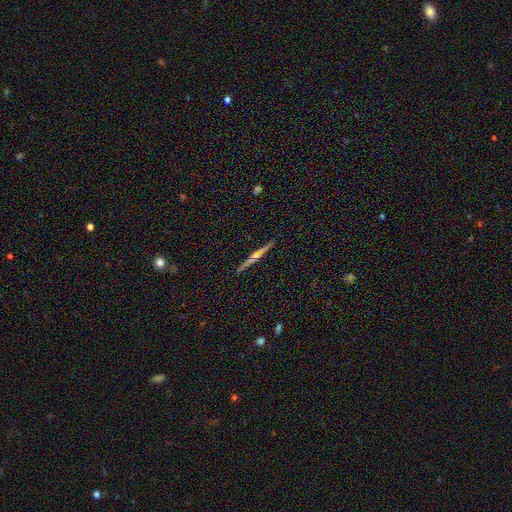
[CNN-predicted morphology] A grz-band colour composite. It shows a featured or disk galaxy (76%) viewed edge-on (98%) with a rounded central bulge (83%). Merging: none (90%).